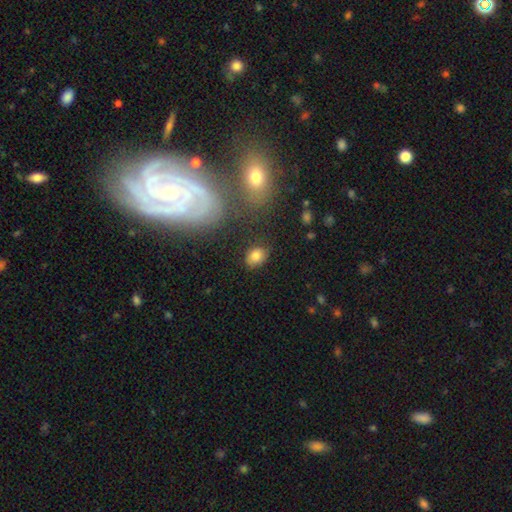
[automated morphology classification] smooth-or-featured: smooth: 82% | star or artifact: 10% | featured or disk: 8%
  how-rounded: in between: 60% | round: 39% | cigar-shaped: 1%
  merging: none: 78% | minor disturbance: 15% | major disturbance: 4% | merger: 3%